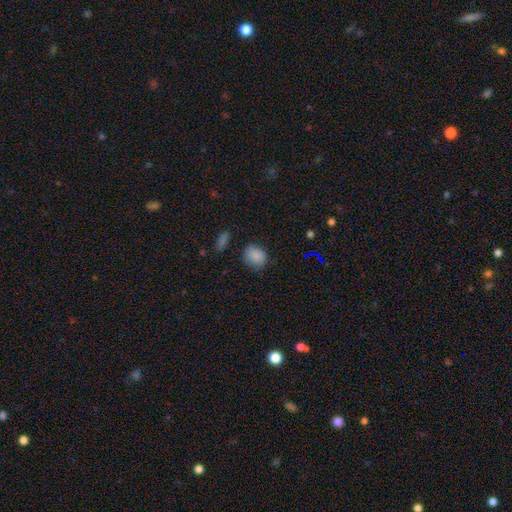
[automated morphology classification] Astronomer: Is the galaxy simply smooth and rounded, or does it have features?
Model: smooth — 84%.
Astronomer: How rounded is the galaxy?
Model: round — 61% (runner-up: in between, 38%).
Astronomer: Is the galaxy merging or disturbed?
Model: none — 72%.